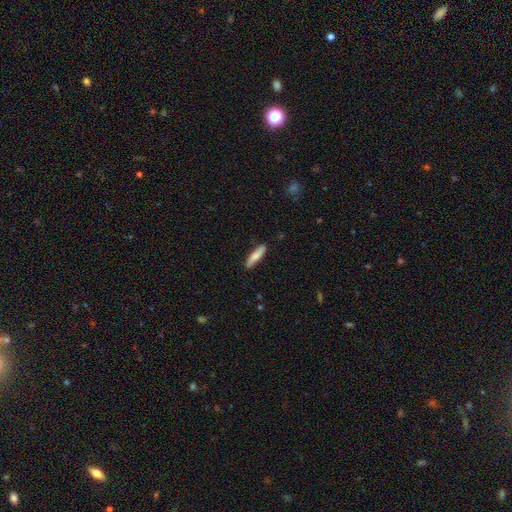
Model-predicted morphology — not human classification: type=smooth (74%); roundness=cigar-shaped (76%); merging=none (85%).